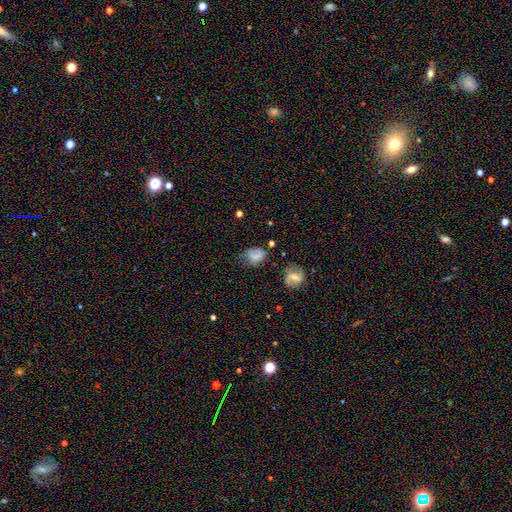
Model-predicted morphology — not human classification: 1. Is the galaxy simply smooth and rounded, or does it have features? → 55% smooth, 33% featured or disk, 13% star or artifact.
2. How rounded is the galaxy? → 74% in between, 25% round, 2% cigar-shaped.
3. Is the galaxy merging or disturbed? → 45% none, 33% minor disturbance, 17% major disturbance, 5% merger.